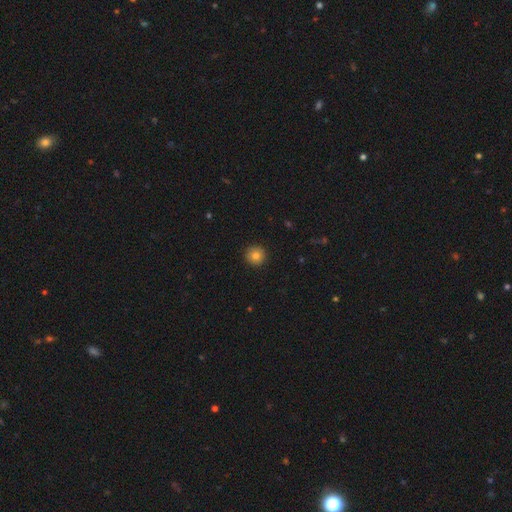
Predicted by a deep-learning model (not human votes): Smooth or featured? Predicted: smooth (p=0.82). How rounded? Predicted: round (p=0.95). Merging? Predicted: none (p=0.93).